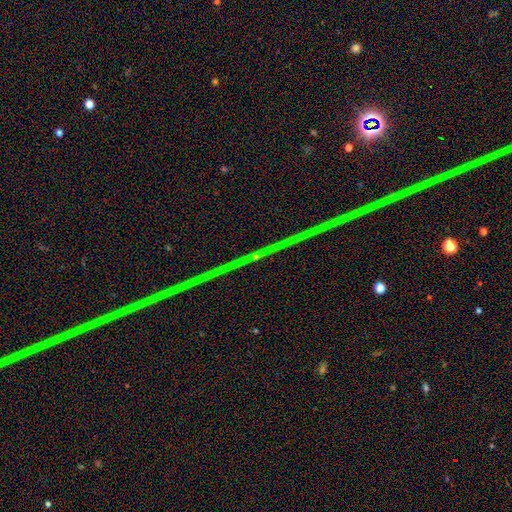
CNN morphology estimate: A star or artifact, not a galaxy (88%).